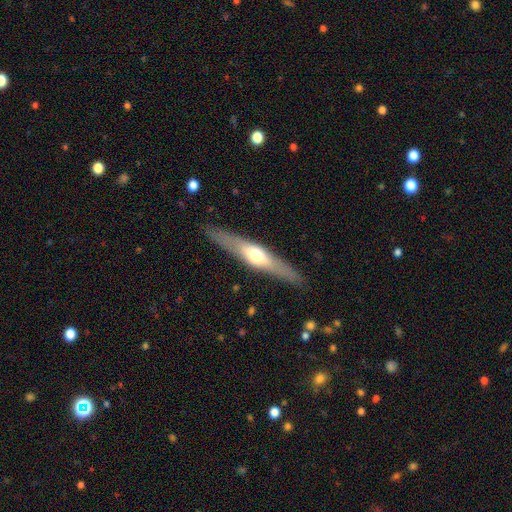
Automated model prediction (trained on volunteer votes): smooth-or-featured: featured or disk: 59% | smooth: 36% | star or artifact: 5%
  disk-edge-on: yes: 91% | no: 9%
    edge-on-bulge: rounded: 89% | none: 6% | boxy: 5%
  merging: none: 87% | minor disturbance: 9% | major disturbance: 2% | merger: 1%